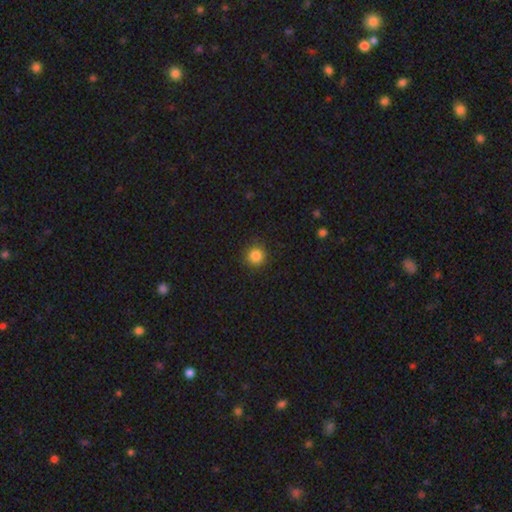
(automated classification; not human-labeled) The model was most divided on "smooth or featured": smooth: 84%, star or artifact: 12%, featured or disk: 4%. More confident: how rounded — round (94%); merging — none (90%).